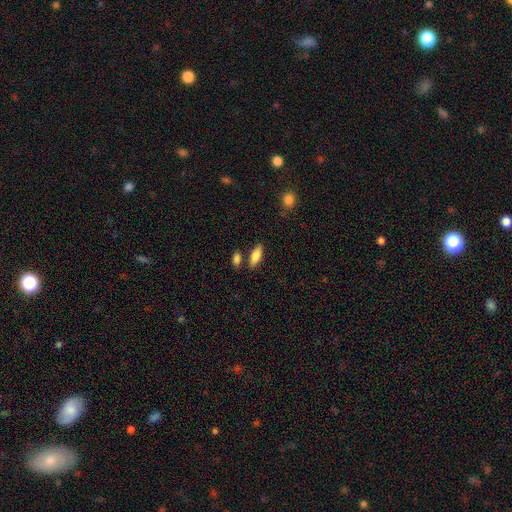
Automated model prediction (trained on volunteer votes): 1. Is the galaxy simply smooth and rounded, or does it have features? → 83% smooth, 10% featured or disk, 6% star or artifact.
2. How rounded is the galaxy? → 77% in between, 21% cigar-shaped, 2% round.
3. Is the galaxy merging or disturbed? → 77% none, 11% minor disturbance, 9% merger, 3% major disturbance.